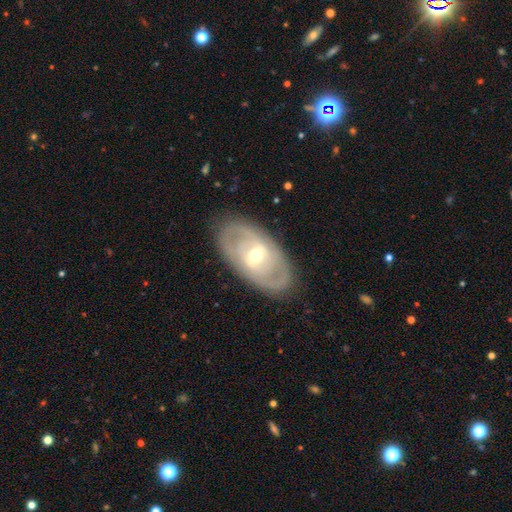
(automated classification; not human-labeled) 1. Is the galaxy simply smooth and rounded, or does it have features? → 75% featured or disk, 19% smooth, 5% star or artifact.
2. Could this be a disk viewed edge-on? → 91% no, 9% yes.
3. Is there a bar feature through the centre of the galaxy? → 45% weak, 32% no, 23% strong.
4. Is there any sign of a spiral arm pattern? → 66% yes, 34% no.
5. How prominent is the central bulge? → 53% moderate, 42% small, 3% large, 1% dominant, 1% none.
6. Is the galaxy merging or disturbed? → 83% none, 12% minor disturbance, 4% major disturbance, 1% merger.